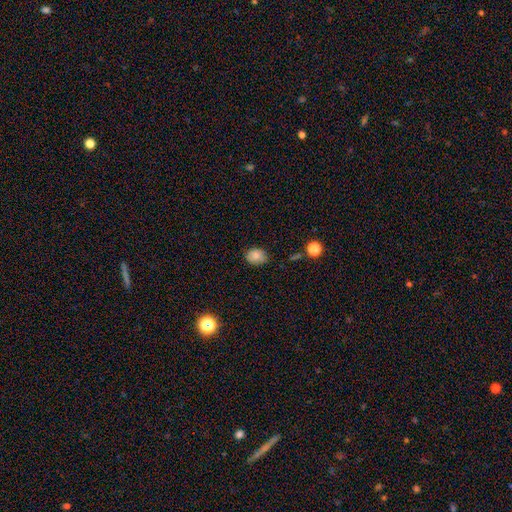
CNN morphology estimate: Overall: smooth (82%). How rounded: in between (55%; round 44%). Merging: none (77%).